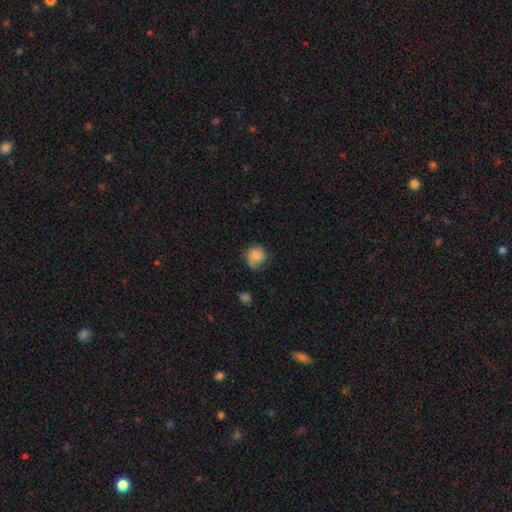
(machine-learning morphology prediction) smooth-or-featured: smooth: 79% | featured or disk: 13% | star or artifact: 8%
  how-rounded: round: 82% | in between: 18% | cigar-shaped: 1%
  merging: none: 60% | minor disturbance: 29% | major disturbance: 10% | merger: 2%